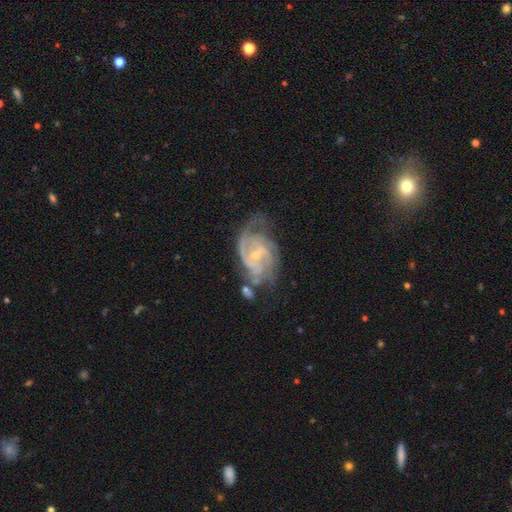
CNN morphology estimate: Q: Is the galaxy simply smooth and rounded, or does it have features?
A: featured or disk — 90%.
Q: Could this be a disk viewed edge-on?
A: no — 97%.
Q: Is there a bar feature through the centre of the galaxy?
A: no — 48%.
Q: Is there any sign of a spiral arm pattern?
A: yes — 98%.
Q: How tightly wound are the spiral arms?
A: tight — 53%.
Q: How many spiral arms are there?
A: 3 — 32%.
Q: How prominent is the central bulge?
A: small — 72%.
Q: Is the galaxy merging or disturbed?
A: none — 53%.